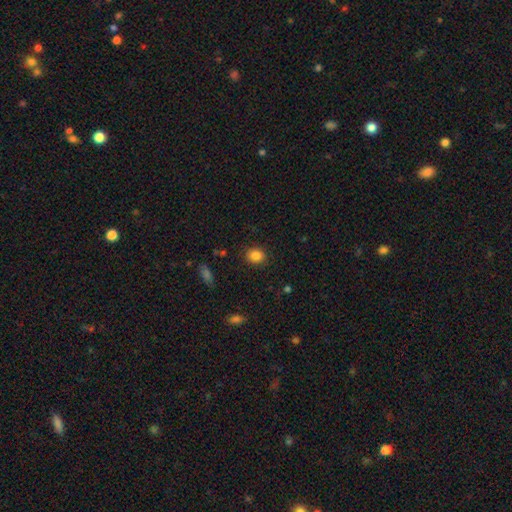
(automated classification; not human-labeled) A smooth galaxy with no disk features (85%) that is round (58%).

Vote fractions:
- Smooth or featured? smooth: 85% / star or artifact: 10% / featured or disk: 5%
- How rounded? round: 58% / in between: 41% / cigar-shaped: 1%
- Merging? none: 87% / minor disturbance: 9% / major disturbance: 3% / merger: 1%